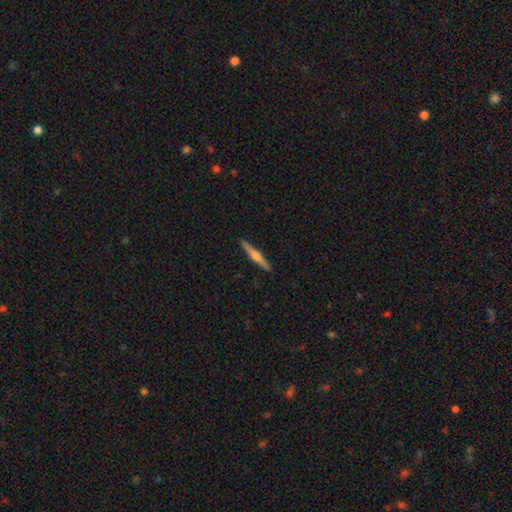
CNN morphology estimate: A featured or disk galaxy (66%) viewed edge-on (98%) with a rounded central bulge (85%).

Vote fractions:
- Smooth or featured? featured or disk: 66% / smooth: 28% / star or artifact: 6%
- Edge-on disk? yes: 98% / no: 2%
- Edge-on bulge? rounded: 85% / boxy: 9% / none: 7%
- Merging? none: 92% / minor disturbance: 6% / major disturbance: 1% / merger: 1%